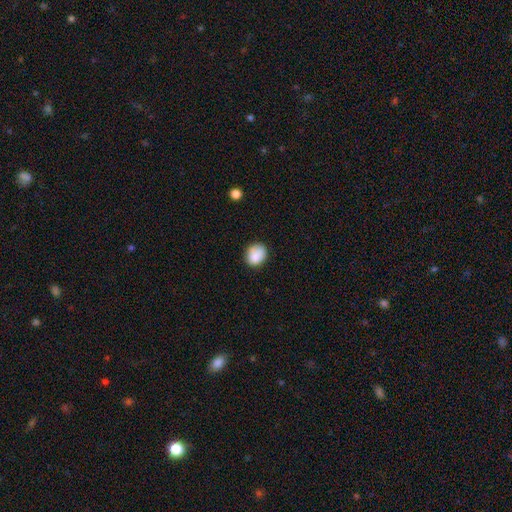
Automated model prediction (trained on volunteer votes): Smooth or featured? smooth (83%)
How rounded? round (65%)
Merging? none (72%)